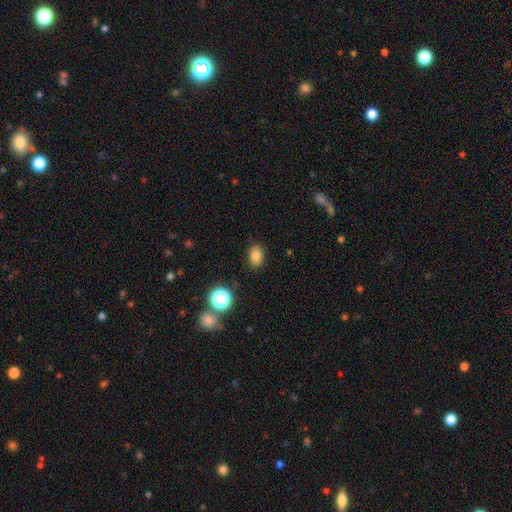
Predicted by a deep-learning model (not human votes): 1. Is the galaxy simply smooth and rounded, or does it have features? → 82% smooth, 13% star or artifact, 5% featured or disk.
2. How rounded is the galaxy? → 70% in between, 29% round, 1% cigar-shaped.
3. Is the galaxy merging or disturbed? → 87% none, 9% minor disturbance, 3% major disturbance, 1% merger.